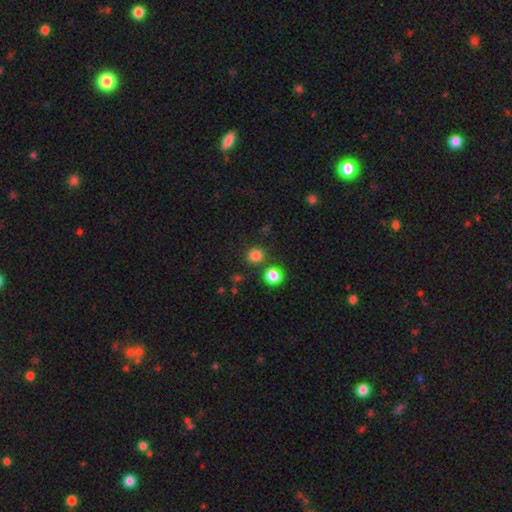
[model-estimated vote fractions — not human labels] Overall: smooth (80%). How rounded: round (92%). Merging: none (80%).